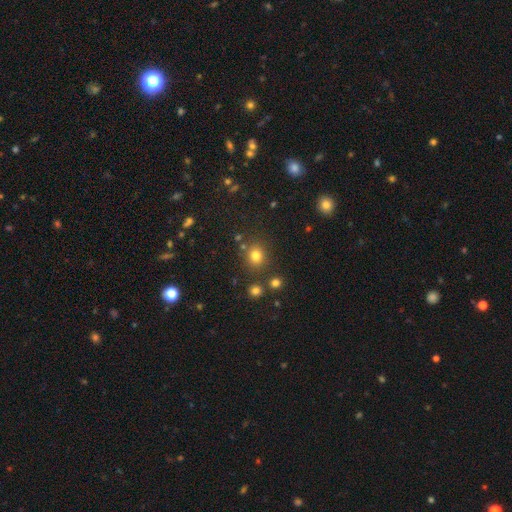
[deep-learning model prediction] smooth_or_featured: smooth (p=0.78) [alt: star or artifact p=0.16]
how_rounded: round (p=0.81) [alt: in between p=0.18]
merging: none (p=0.79) [alt: minor disturbance p=0.10]